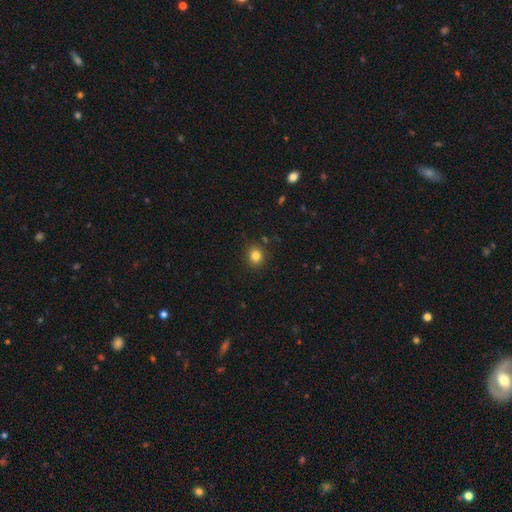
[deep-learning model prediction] This appears to be a smooth galaxy with no disk features (83%) that is round (82%). Merging: none (87%).